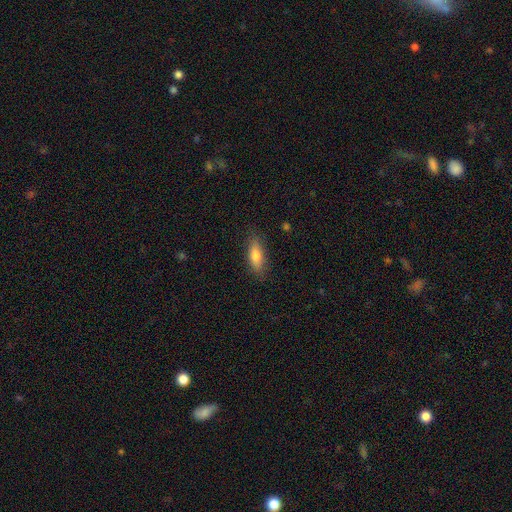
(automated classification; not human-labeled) Smooth or featured: smooth — 77% (featured or disk — 16%)
How rounded: in between — 67% (cigar-shaped — 30%)
Merging: none — 84% (minor disturbance — 12%)